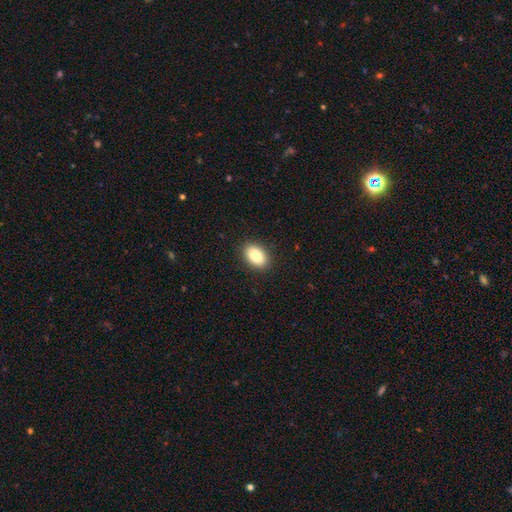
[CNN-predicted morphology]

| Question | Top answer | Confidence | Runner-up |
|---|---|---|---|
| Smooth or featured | smooth | 86% | star or artifact (8%) |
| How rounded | in between | 87% | round (12%) |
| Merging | none | 90% | minor disturbance (7%) |